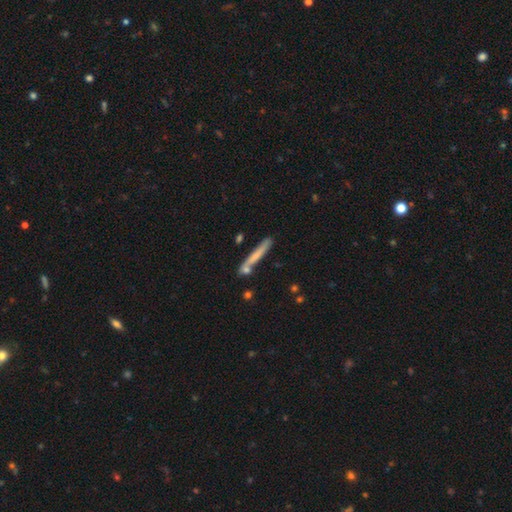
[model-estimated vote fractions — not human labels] Q: Smooth or featured?
A: smooth (63%); runner-up: featured or disk (31%)
Q: How rounded?
A: cigar-shaped (95%); runner-up: in between (3%)
Q: Merging?
A: none (70%); runner-up: minor disturbance (14%)